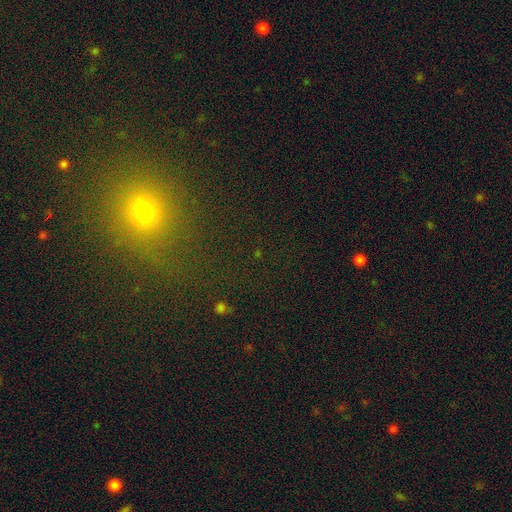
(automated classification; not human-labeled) This appears to be a star or artifact, not a galaxy (47%).